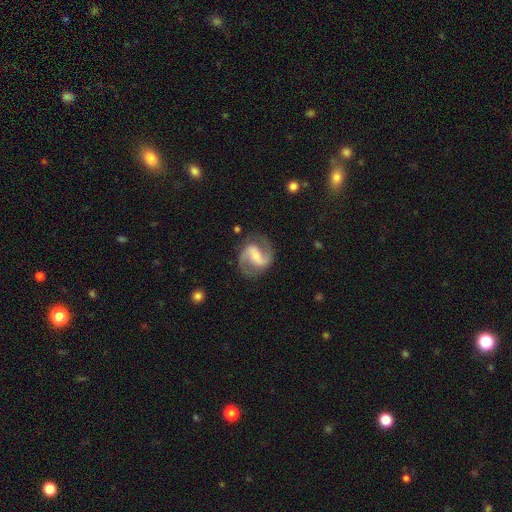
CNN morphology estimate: This appears to be a featured or disk galaxy (88%) with a strong bar (45%), 2 (93%) medium (55%) spiral arms (97%) and a small central bulge (51%). Merging: none (81%).